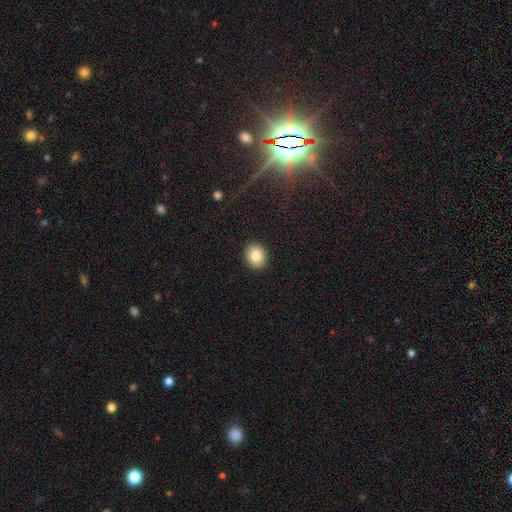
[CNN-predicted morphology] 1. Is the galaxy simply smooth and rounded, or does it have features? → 84% smooth, 9% star or artifact, 8% featured or disk.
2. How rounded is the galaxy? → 65% round, 34% in between, 1% cigar-shaped.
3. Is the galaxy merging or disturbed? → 92% none, 6% minor disturbance, 2% major disturbance, 1% merger.